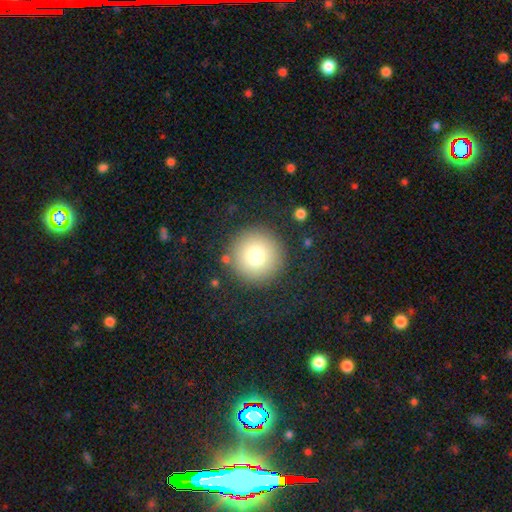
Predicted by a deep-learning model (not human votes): This appears to be a smooth galaxy with no disk features (78%) that is round (97%). Merging: none (89%).